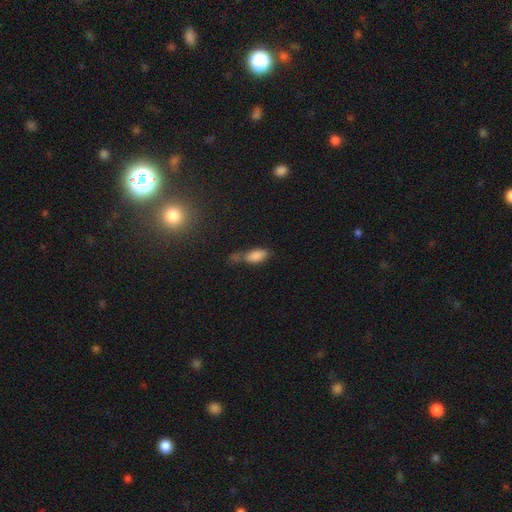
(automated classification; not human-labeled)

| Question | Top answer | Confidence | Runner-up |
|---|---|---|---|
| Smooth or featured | smooth | 82% | star or artifact (10%) |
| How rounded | in between | 85% | cigar-shaped (12%) |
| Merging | none | 31% | minor disturbance (30%) |